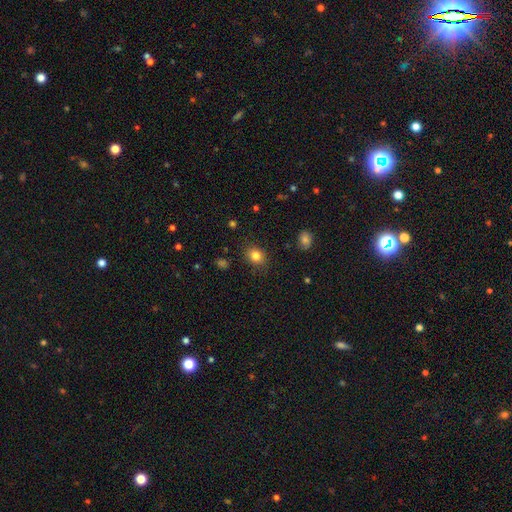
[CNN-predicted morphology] This is clearly a smooth galaxy (83%). How rounded: possibly round (52%). Merging: clearly none (85%).